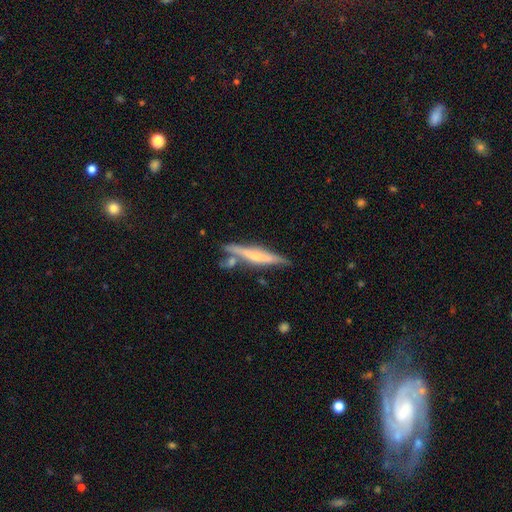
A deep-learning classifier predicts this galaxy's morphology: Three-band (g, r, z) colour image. It shows a featured or disk galaxy (59%) viewed edge-on (95%) with a rounded central bulge (55%). Merging: none (68%).